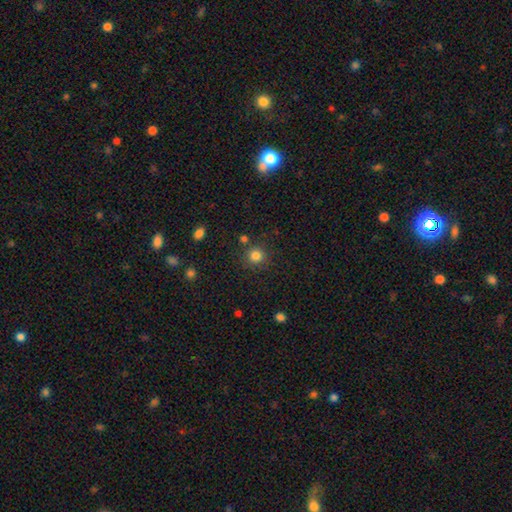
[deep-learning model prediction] This appears to be a smooth galaxy with no disk features (82%) that is round (92%). Merging: none (83%).